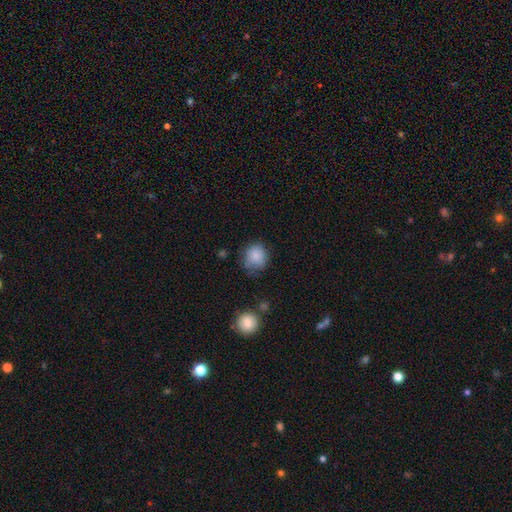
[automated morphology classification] The model was most divided on "merging": none: 64%, minor disturbance: 25%, major disturbance: 7%, merger: 3%. More confident: smooth or featured — smooth (83%); how rounded — round (80%).